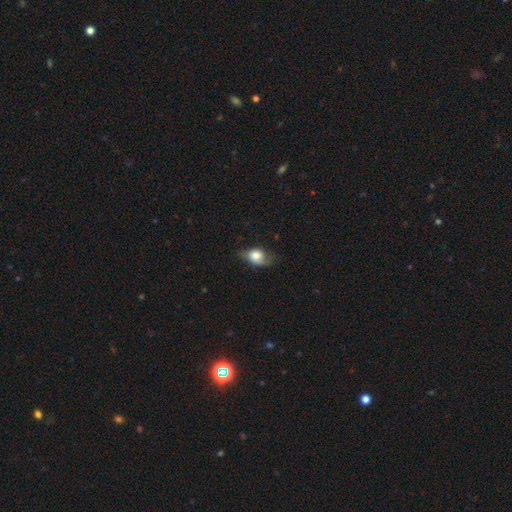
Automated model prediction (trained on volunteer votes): smooth-or-featured: smooth: 66% | featured or disk: 25% | star or artifact: 8%
  how-rounded: in between: 70% | round: 28% | cigar-shaped: 2%
  merging: none: 38% (tied) | minor disturbance: 38% (tied) | major disturbance: 22% | merger: 2%